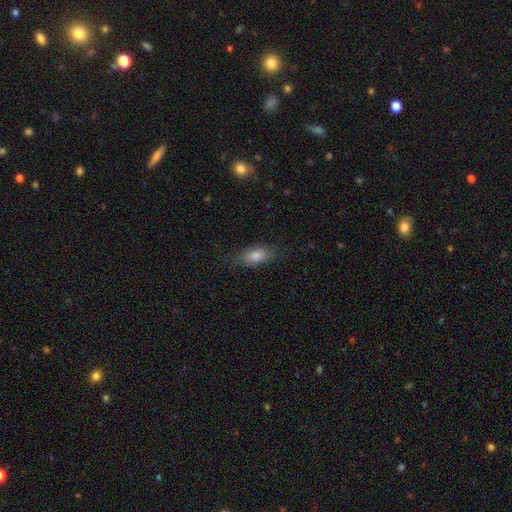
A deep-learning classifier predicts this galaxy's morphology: smooth 76%, featured or disk 16%, star or artifact 9%. Down the decision tree: how rounded — in between (78%); merging — none (76%).